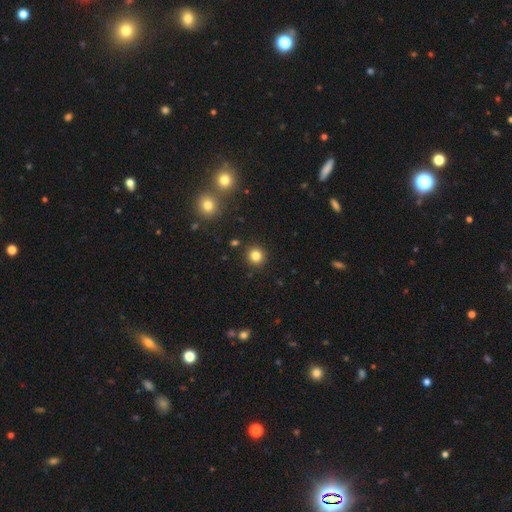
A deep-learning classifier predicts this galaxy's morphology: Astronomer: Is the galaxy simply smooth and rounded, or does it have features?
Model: smooth — 82%.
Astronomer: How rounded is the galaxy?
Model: round — 92%.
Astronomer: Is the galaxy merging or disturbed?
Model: none — 91%.